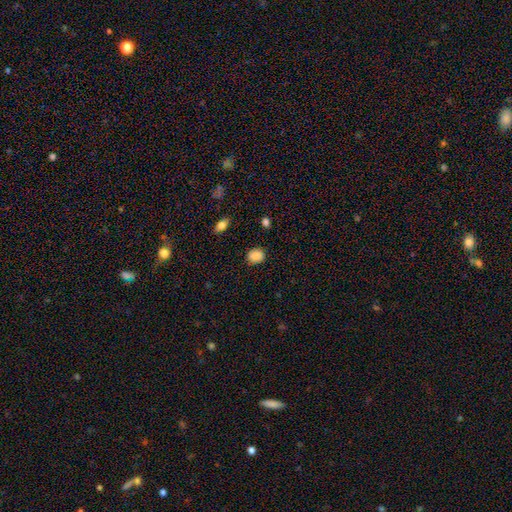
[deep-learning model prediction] Smooth or featured?
  - smooth: 87% *
  - star or artifact: 9%
  - featured or disk: 4%
How rounded?
  - round: 67% *
  - in between: 32%
  - cigar-shaped: 1%
Merging?
  - none: 87% *
  - minor disturbance: 9%
  - major disturbance: 2%
  - merger: 1%